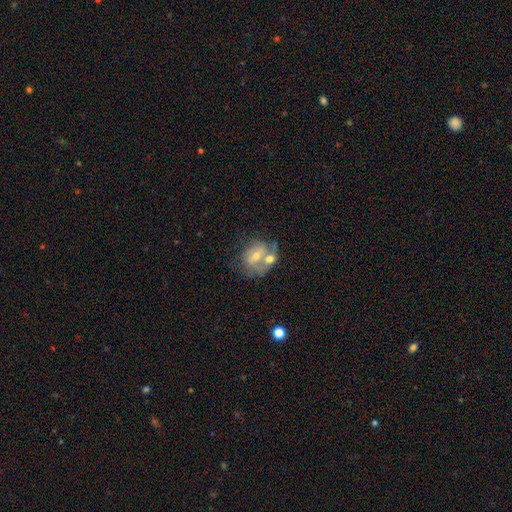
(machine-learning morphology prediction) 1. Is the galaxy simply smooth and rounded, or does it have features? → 54% featured or disk, 38% smooth, 8% star or artifact.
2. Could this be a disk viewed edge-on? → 96% no, 4% yes.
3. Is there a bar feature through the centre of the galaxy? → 49% no, 36% weak, 15% strong.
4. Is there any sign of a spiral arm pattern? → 54% yes, 46% no.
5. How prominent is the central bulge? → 54% moderate, 39% small, 3% large, 3% none, 1% dominant.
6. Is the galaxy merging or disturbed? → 51% merger, 26% none, 13% minor disturbance, 10% major disturbance.